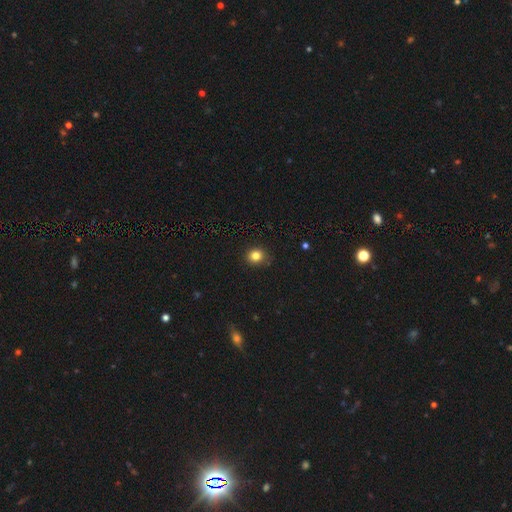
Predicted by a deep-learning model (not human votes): Smooth or featured?
  - smooth: 83% *
  - star or artifact: 12%
  - featured or disk: 5%
How rounded?
  - round: 81% *
  - in between: 19%
  - cigar-shaped: 1%
Merging?
  - none: 87% *
  - minor disturbance: 10%
  - major disturbance: 2%
  - merger: 1%